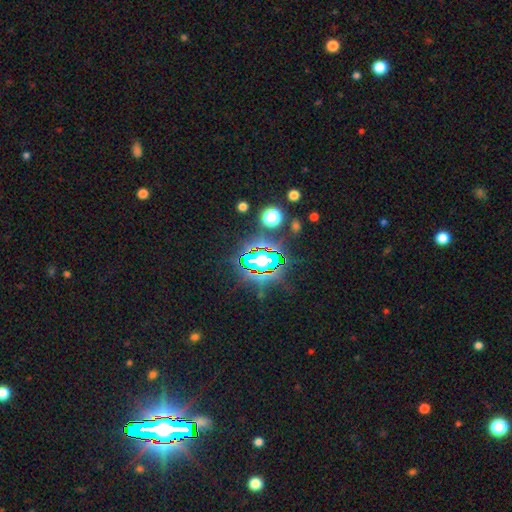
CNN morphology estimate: Smooth or featured?
  - star or artifact: 83% *
  - smooth: 10%
  - featured or disk: 7%